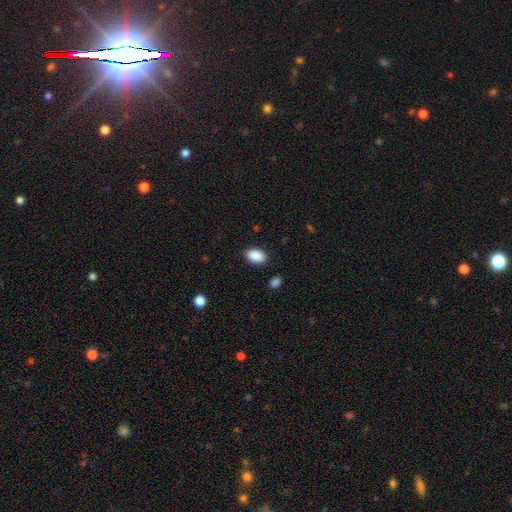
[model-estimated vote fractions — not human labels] Smooth or featured? smooth (90%)
How rounded? in between (85%)
Merging? none (87%)